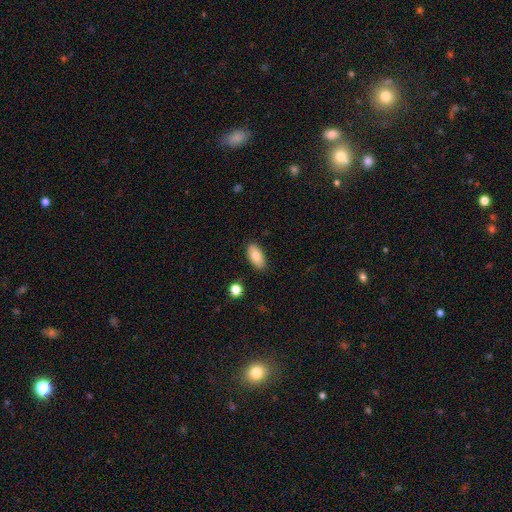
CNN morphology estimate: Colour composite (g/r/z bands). It shows a smooth galaxy with no disk features (80%) that is in between round and cigar-shaped (91%). Merging: none (87%).